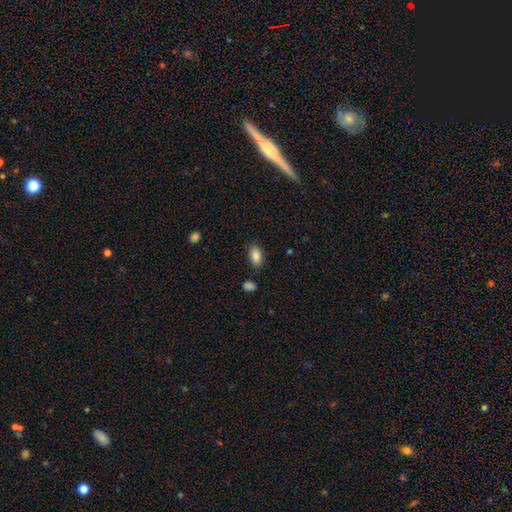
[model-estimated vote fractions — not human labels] Smooth or featured? Predicted: smooth (p=0.87). How rounded? Predicted: in between (p=0.92). Merging? Predicted: none (p=0.85).